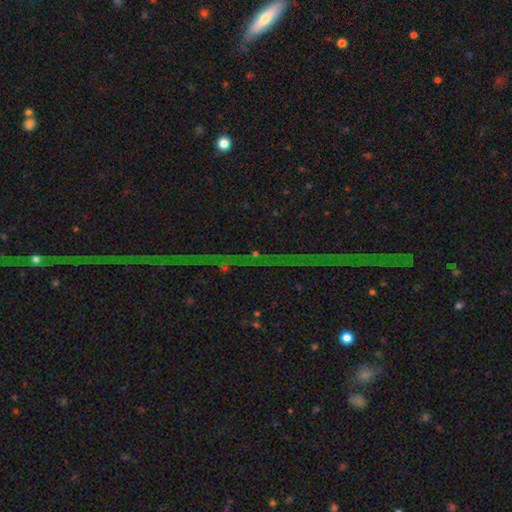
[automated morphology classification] This appears to be a star or artifact, not a galaxy (74%).